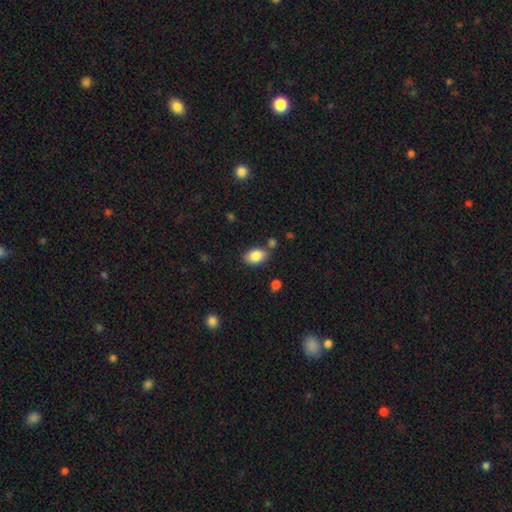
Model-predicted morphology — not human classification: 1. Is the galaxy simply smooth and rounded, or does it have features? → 86% smooth, 8% star or artifact, 6% featured or disk.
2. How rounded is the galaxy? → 85% in between, 14% round, 1% cigar-shaped.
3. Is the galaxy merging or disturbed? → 77% none, 13% minor disturbance, 7% merger, 3% major disturbance.